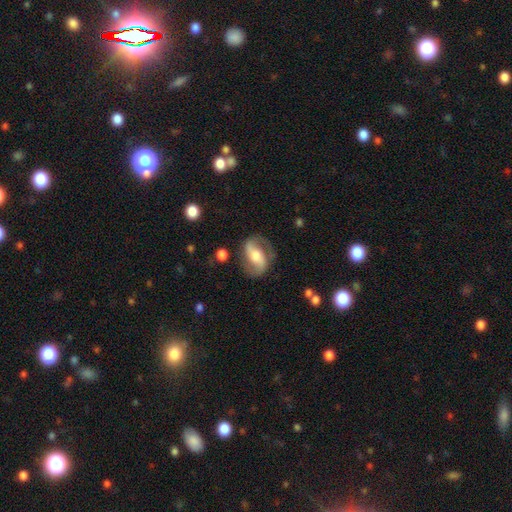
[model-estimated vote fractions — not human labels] A featured or disk galaxy (77%) with a strong bar (38%), 2 (91%) medium (43%) spiral arms (91%) and a moderate central bulge (53%). Merging: none (75%).